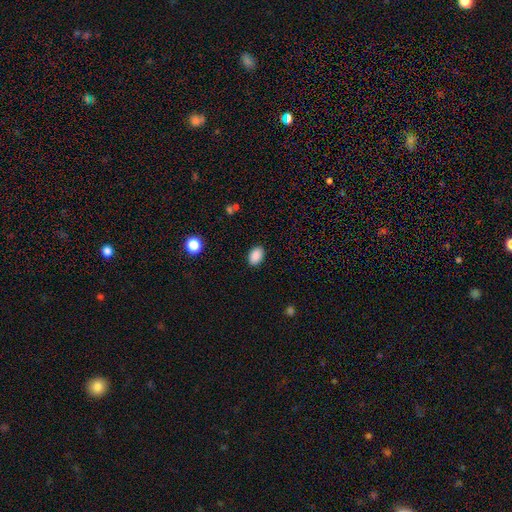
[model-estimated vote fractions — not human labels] Smooth or featured: smooth — 89% (star or artifact — 8%)
How rounded: in between — 86% (round — 13%)
Merging: none — 89% (minor disturbance — 8%)